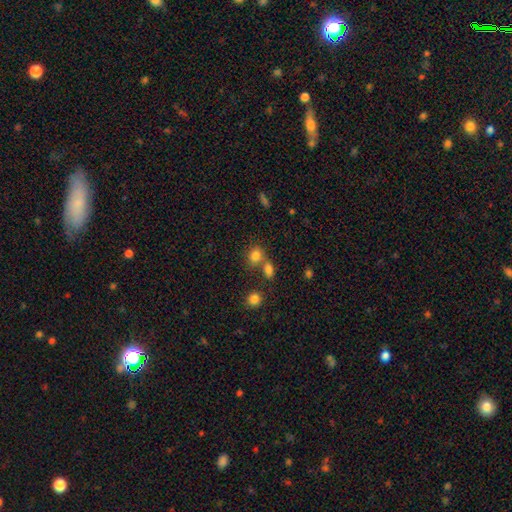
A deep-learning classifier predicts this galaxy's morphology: This appears to be a smooth galaxy with no disk features (80%) that is round (59%). Merging: none (53%).